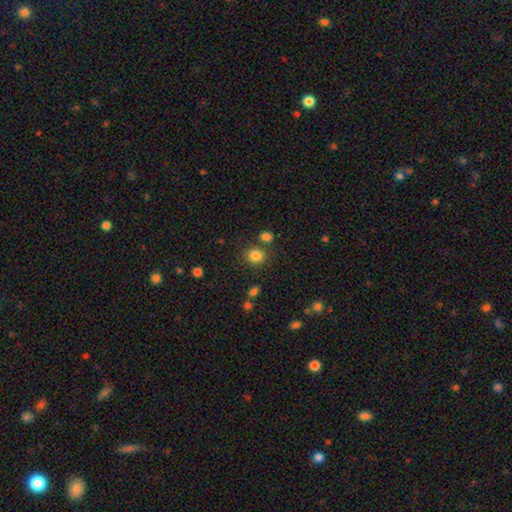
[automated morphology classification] smooth 83%, star or artifact 11%, featured or disk 5%. Down the decision tree: how rounded — round (72%); merging — none (75%).